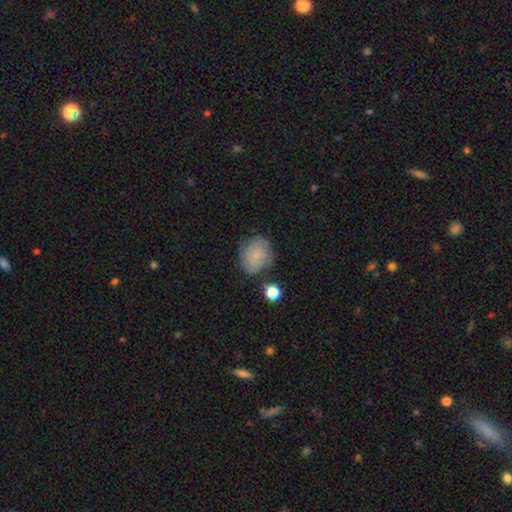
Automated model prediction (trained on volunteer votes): smooth_or_featured: smooth (p=0.61) [alt: featured or disk p=0.29]
how_rounded: round (p=0.56) [alt: in between p=0.43]
merging: none (p=0.69) [alt: minor disturbance p=0.21]